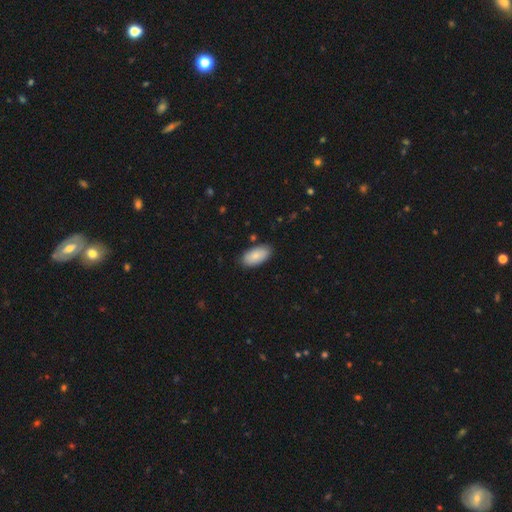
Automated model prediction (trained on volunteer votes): Overall: smooth (86%). How rounded: in between (94%). Merging: none (86%).